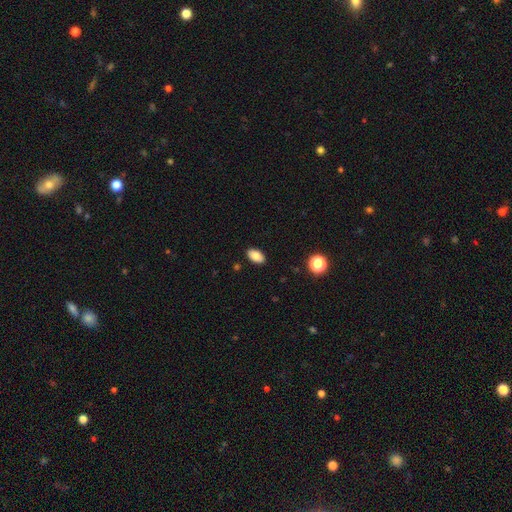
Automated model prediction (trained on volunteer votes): Smooth or featured? smooth (82%)
How rounded? in between (92%)
Merging? none (89%)